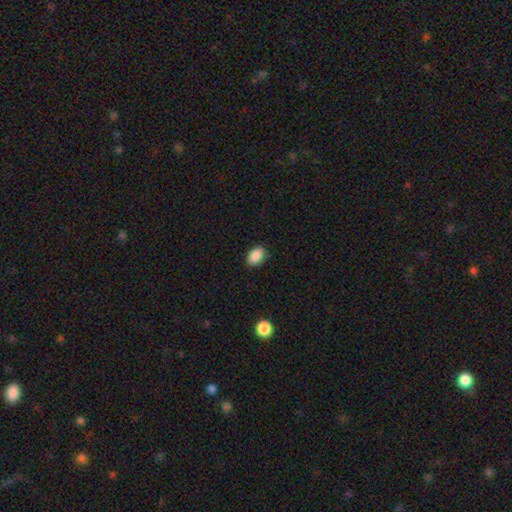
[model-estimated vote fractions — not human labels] smooth_or_featured: smooth (p=0.88) [alt: star or artifact p=0.08]
how_rounded: in between (p=0.83) [alt: round p=0.16]
merging: none (p=0.85) [alt: minor disturbance p=0.12]